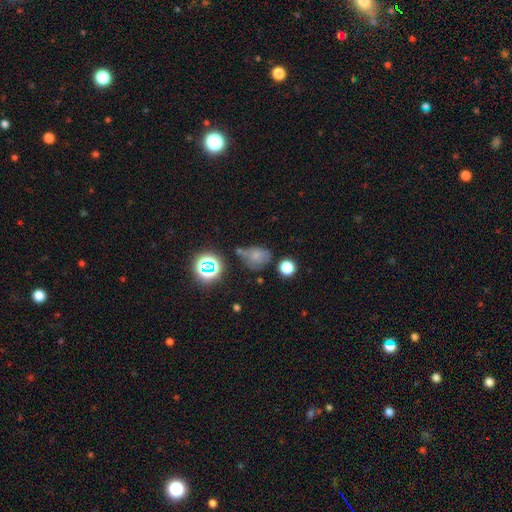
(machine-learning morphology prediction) This is likely a smooth galaxy (60%). How rounded: possibly round (51%). Merging: possibly none (47%).